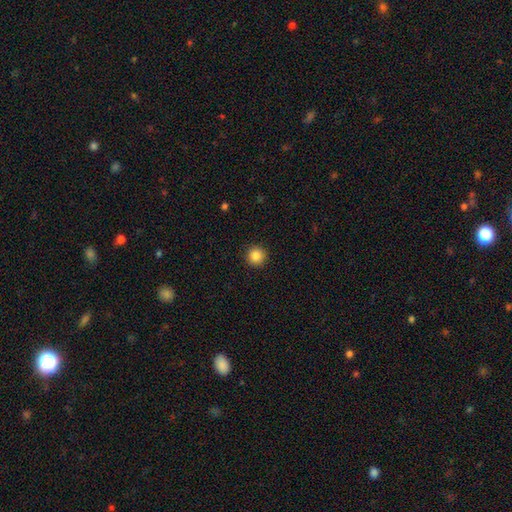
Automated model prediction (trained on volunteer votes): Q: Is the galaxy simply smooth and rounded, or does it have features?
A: smooth — 85%.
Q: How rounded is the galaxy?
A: round — 96%.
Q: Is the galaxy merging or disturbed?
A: none — 93%.